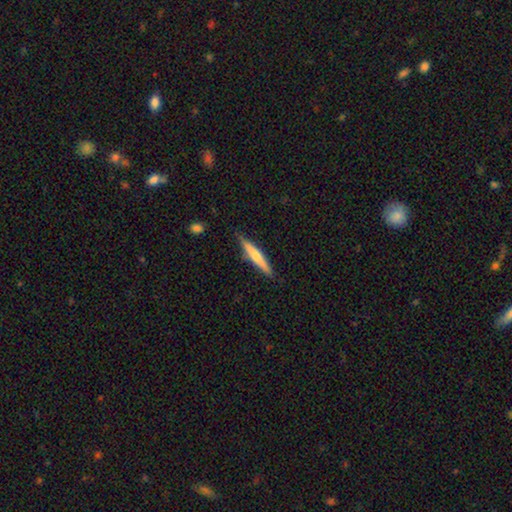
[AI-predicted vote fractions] This is possibly a smooth galaxy (55%). How rounded: clearly cigar-shaped (93%). Merging: clearly none (86%).